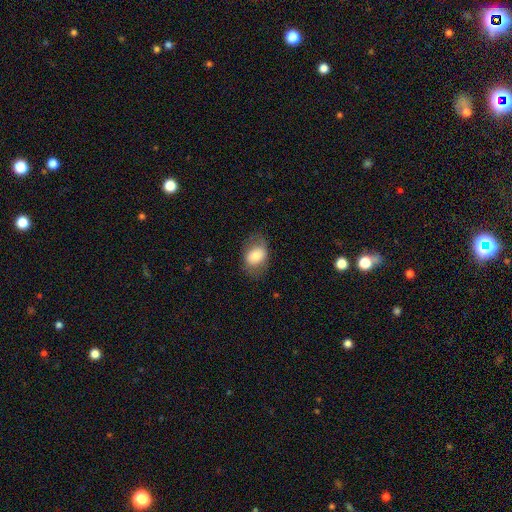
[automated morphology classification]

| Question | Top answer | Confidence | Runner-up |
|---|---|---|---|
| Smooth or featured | smooth | 76% | featured or disk (17%) |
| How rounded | in between | 75% | round (24%) |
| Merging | none | 67% | minor disturbance (21%) |